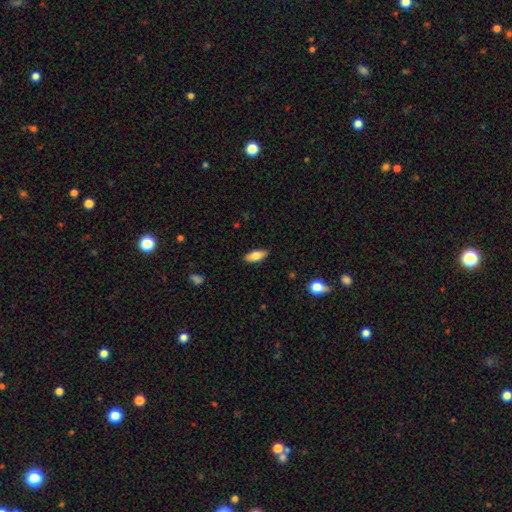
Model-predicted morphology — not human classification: The model was most divided on "smooth or featured": smooth: 75%, featured or disk: 18%, star or artifact: 7%. More confident: merging — none (88%); how rounded — in between (81%).